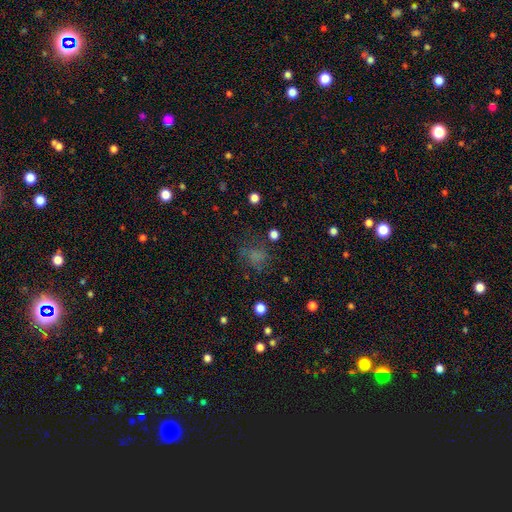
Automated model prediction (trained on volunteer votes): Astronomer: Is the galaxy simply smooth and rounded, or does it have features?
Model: smooth — 59%.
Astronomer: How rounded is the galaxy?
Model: round — 60% (runner-up: in between, 38%).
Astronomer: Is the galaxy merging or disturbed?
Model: none — 57%.